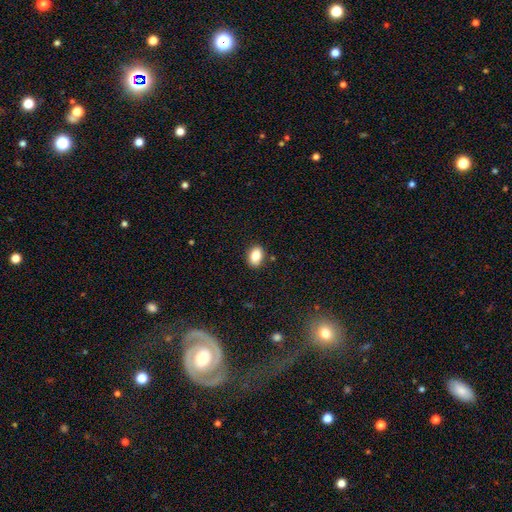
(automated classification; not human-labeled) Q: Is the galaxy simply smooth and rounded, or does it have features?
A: smooth — 84%.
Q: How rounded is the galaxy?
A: in between — 76%.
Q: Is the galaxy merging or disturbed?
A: none — 87%.